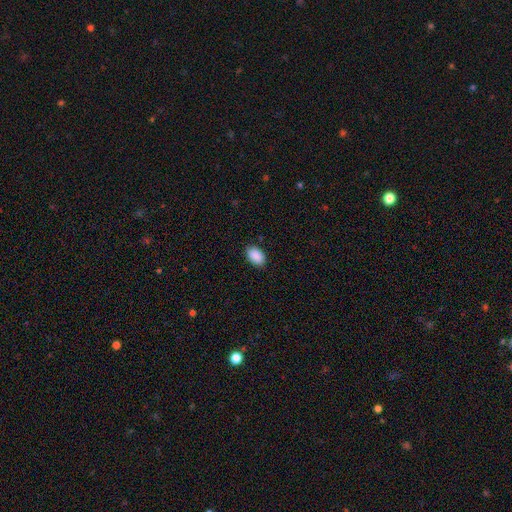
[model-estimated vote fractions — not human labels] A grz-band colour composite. It shows a smooth galaxy with no disk features (91%) that is in between round and cigar-shaped (91%). Merging: none (87%).